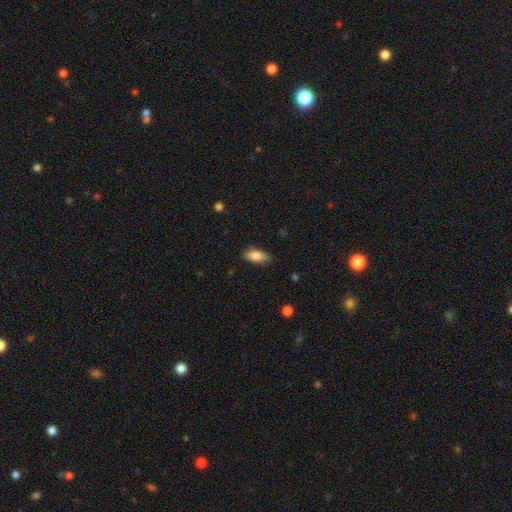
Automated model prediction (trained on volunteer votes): This is clearly a smooth galaxy (84%). How rounded: clearly in between (82%). Merging: clearly none (83%).